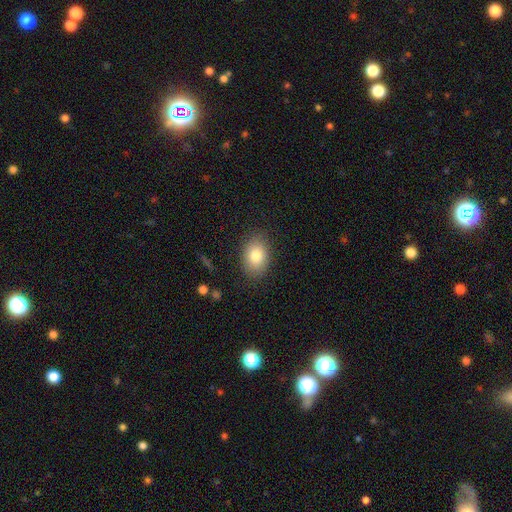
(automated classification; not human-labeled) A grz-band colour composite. It shows a smooth galaxy with no disk features (83%) that is in between round and cigar-shaped (80%). Merging: none (84%).